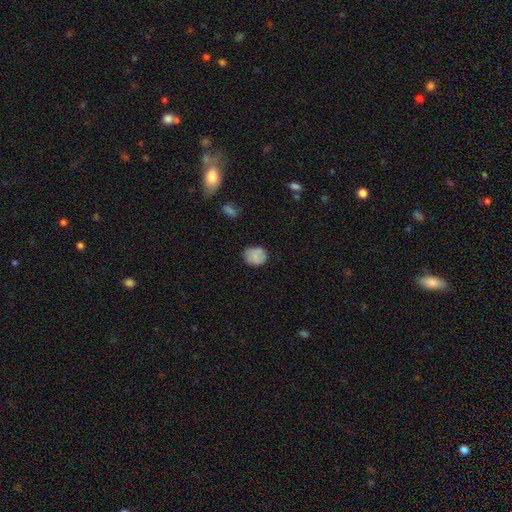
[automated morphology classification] Smooth or featured?
  - smooth: 79% *
  - featured or disk: 12%
  - star or artifact: 9%
How rounded?
  - round: 68% *
  - in between: 31%
  - cigar-shaped: 1%
Merging?
  - none: 68% *
  - minor disturbance: 23%
  - major disturbance: 6%
  - merger: 4%